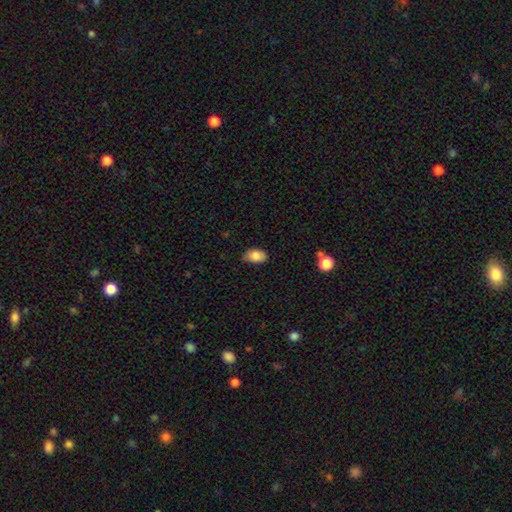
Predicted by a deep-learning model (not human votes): This appears to be a smooth galaxy with no disk features (82%) that is in between round and cigar-shaped (88%). Merging: none (69%).